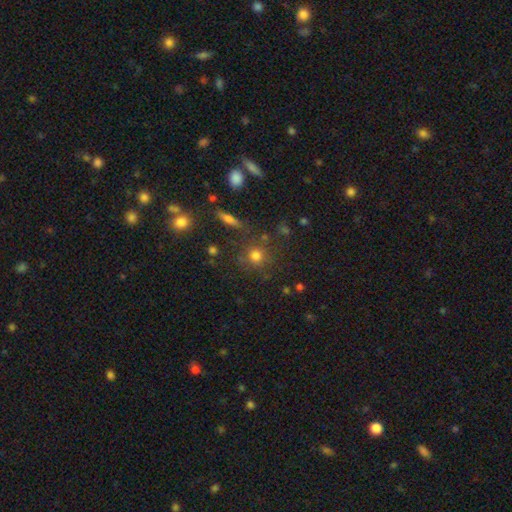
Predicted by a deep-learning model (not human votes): A smooth galaxy with no disk features (72%) that is round (90%). Merging: none (77%).